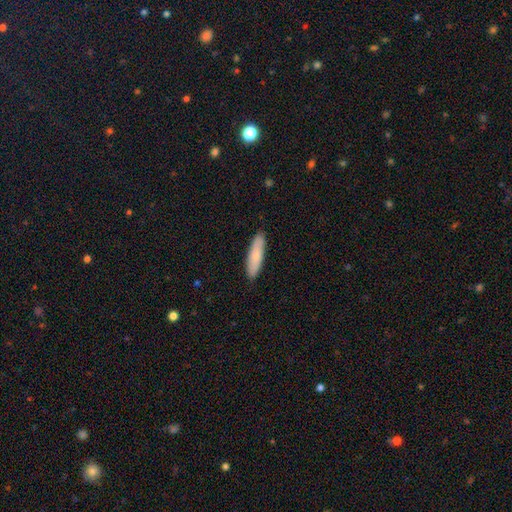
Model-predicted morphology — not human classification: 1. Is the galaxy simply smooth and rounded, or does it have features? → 78% smooth, 17% featured or disk, 5% star or artifact.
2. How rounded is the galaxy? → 66% cigar-shaped, 32% in between, 2% round.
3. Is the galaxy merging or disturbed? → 89% none, 8% minor disturbance, 1% major disturbance, 1% merger.